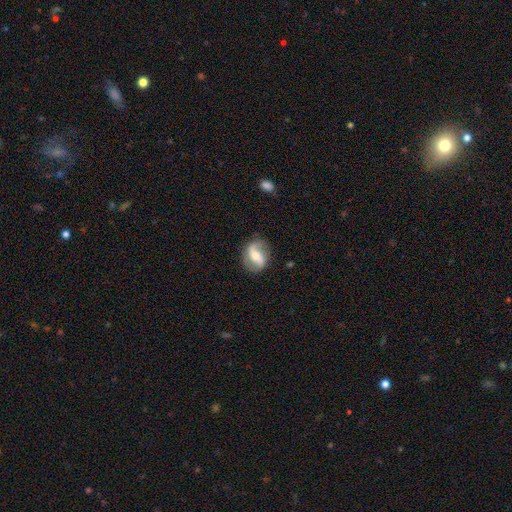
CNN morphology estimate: smooth_or_featured: featured or disk (p=0.70) [alt: smooth p=0.24]
disk_edge_on: no (p=0.95) [alt: yes p=0.05]
bar: strong (p=0.42) [alt: weak p=0.34]
has_spiral_arms: yes (p=0.84) [alt: no p=0.16]
spiral_winding: loose (p=0.52) [alt: medium p=0.33]
spiral_arm_count: 2 (p=0.88) [alt: can't tell p=0.05]
bulge_size: moderate (p=0.60) [alt: small p=0.32]
merging: none (p=0.80) [alt: minor disturbance p=0.14]